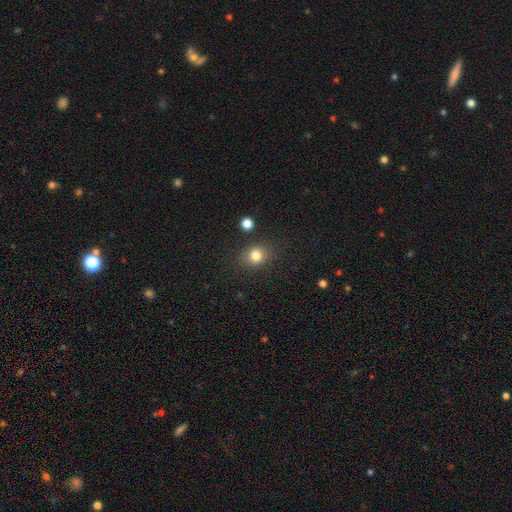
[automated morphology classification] This is clearly a smooth galaxy (81%). How rounded: likely round (66%). Merging: clearly none (81%).